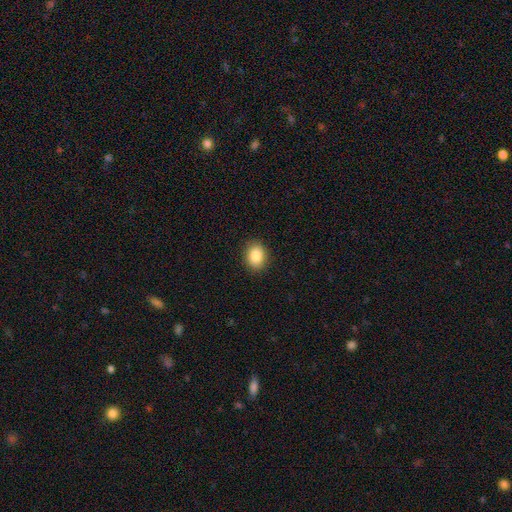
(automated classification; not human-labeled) Q: Smooth or featured?
A: smooth (87%); runner-up: star or artifact (8%)
Q: How rounded?
A: in between (61%); runner-up: round (38%)
Q: Merging?
A: none (90%); runner-up: minor disturbance (7%)